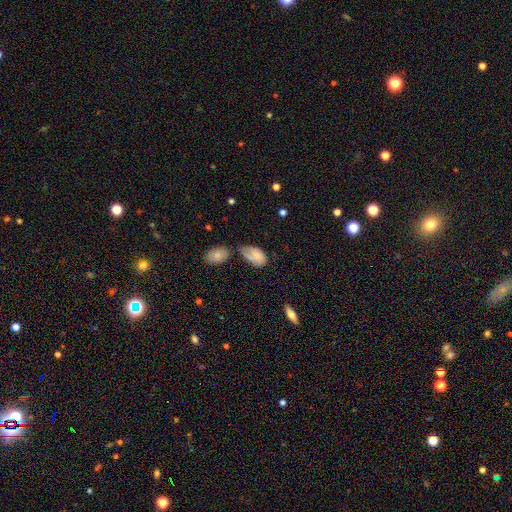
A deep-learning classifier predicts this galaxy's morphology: Smooth or featured?
  - smooth: 70% *
  - featured or disk: 22%
  - star or artifact: 8%
How rounded?
  - in between: 92% *
  - round: 6%
  - cigar-shaped: 2%
Merging?
  - minor disturbance: 34% *
  - none: 29%
  - major disturbance: 20%
  - merger: 16%